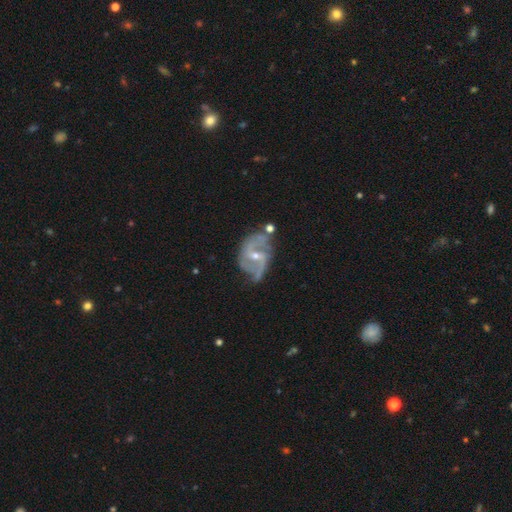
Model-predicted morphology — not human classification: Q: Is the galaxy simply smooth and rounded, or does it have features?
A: featured or disk — 88%.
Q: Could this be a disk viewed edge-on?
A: no — 97%.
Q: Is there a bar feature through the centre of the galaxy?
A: weak — 50%.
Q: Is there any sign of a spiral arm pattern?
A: yes — 96%.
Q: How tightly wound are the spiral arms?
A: medium — 48%.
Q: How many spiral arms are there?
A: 2 — 72%.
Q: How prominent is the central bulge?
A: small — 56%.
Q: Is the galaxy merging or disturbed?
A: none — 56%.